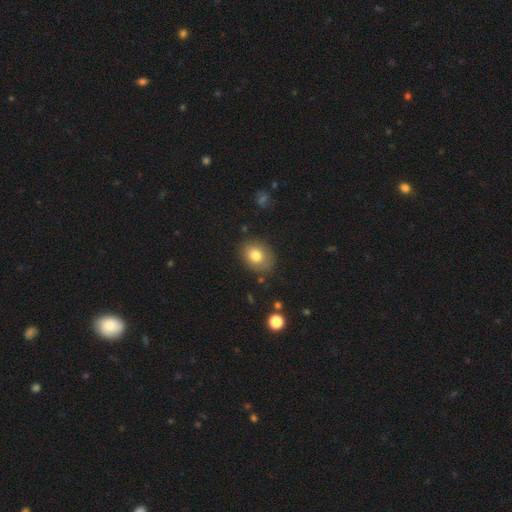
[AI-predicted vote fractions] Smooth or featured: smooth — 78% (featured or disk — 12%)
How rounded: in between — 57% (round — 42%)
Merging: none — 82% (minor disturbance — 13%)